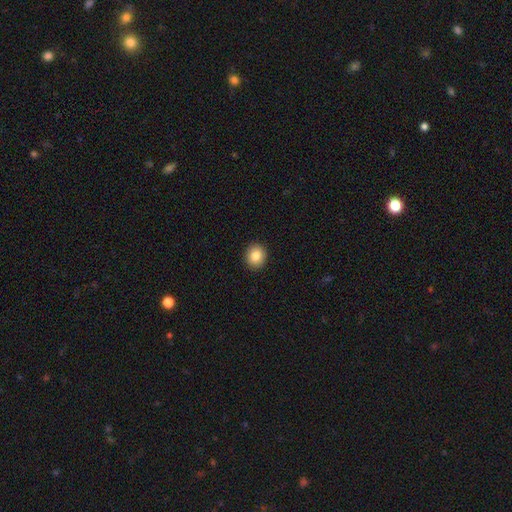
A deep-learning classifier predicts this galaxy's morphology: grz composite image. It shows a smooth galaxy with no disk features (85%) that is round (77%). Merging: none (92%).